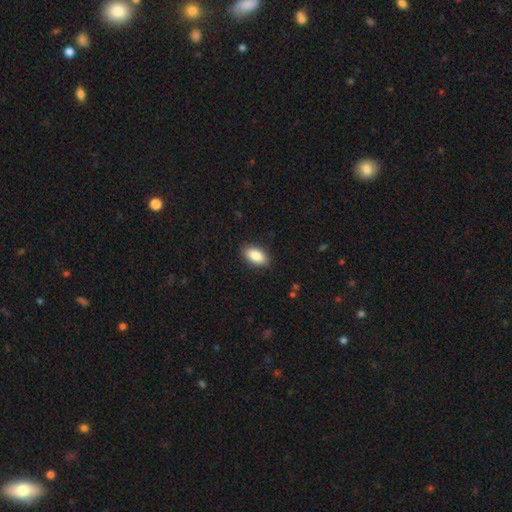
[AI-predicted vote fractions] This is clearly a smooth galaxy (87%). How rounded: clearly in between (93%). Merging: clearly none (88%).